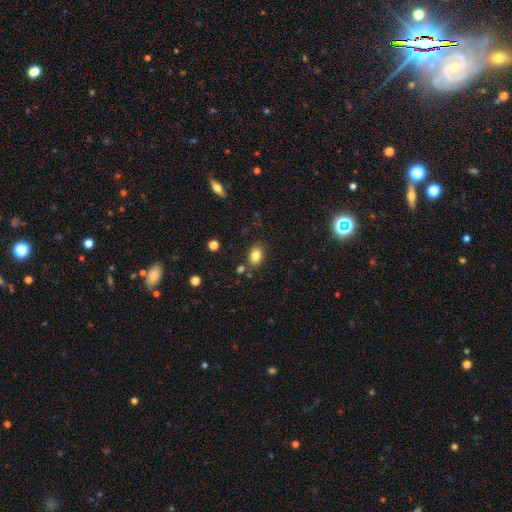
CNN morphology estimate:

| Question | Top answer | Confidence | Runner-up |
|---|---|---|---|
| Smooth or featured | smooth | 82% | star or artifact (10%) |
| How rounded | in between | 73% | round (26%) |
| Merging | none | 80% | minor disturbance (11%) |